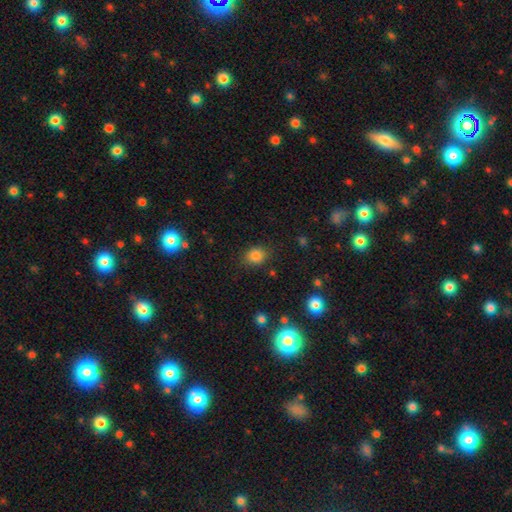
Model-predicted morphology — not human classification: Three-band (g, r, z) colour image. It shows a smooth galaxy with no disk features (82%) that is round (58%). Merging: none (83%).